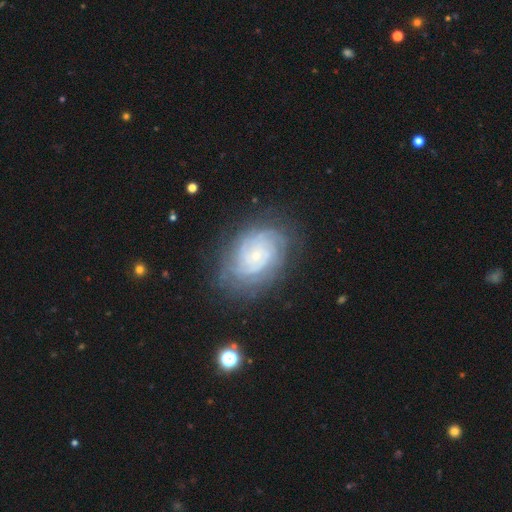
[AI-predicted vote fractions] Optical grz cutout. It shows a featured or disk galaxy (81%) with no bar (74%), tight (78%) spiral arms (96%) and a small central bulge (79%). Merging: none (77%).